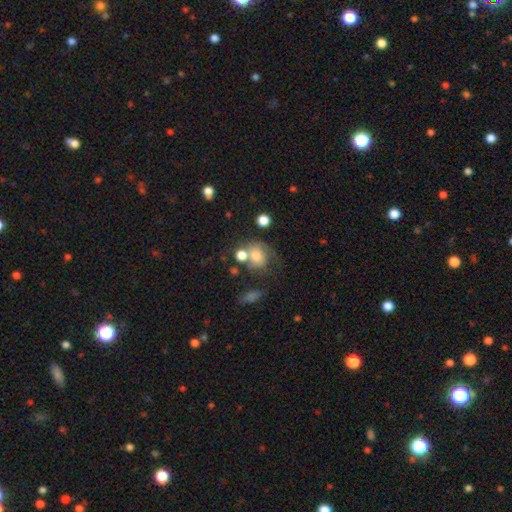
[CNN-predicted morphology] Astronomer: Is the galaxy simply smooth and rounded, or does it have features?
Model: smooth — 66%.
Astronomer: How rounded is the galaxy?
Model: round — 63%.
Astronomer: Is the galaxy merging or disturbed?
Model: none — 31% (runner-up: merger, 26%).